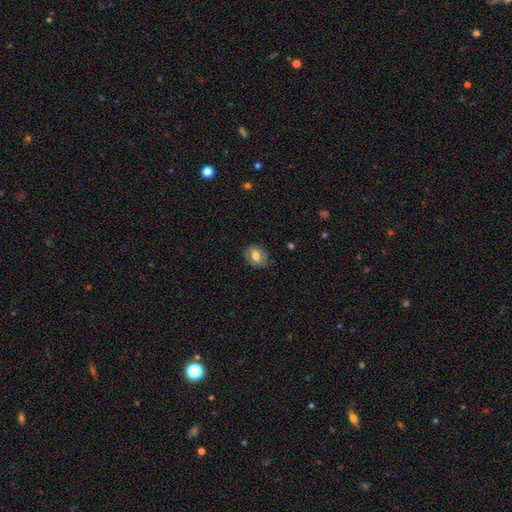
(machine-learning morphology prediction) A smooth galaxy with no disk features (64%) that is in between round and cigar-shaped (54%).

Vote fractions:
- Smooth or featured? smooth: 64% / featured or disk: 28% / star or artifact: 8%
- How rounded? in between: 54% / round: 45% / cigar-shaped: 1%
- Merging? none: 82% / minor disturbance: 14% / major disturbance: 4% / merger: 1%